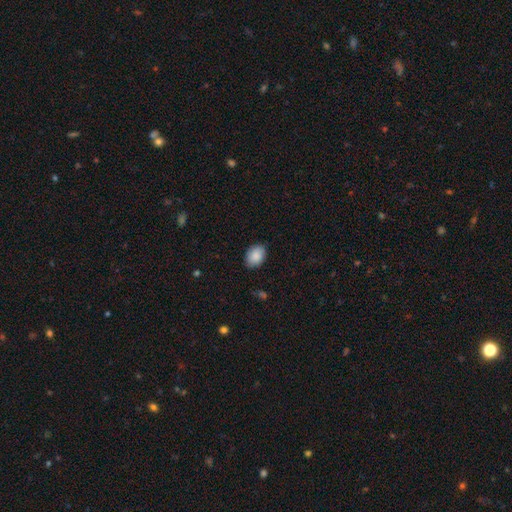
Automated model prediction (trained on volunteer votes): This appears to be a smooth galaxy with no disk features (89%) that is in between round and cigar-shaped (75%). Merging: none (86%).